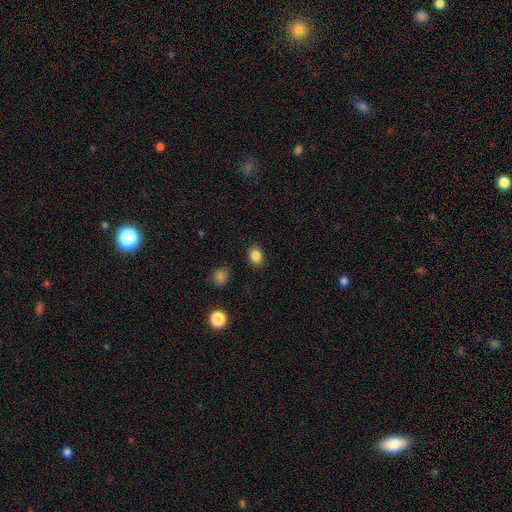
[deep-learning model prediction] This is clearly a smooth galaxy (86%). How rounded: likely in between (63%). Merging: clearly none (87%).